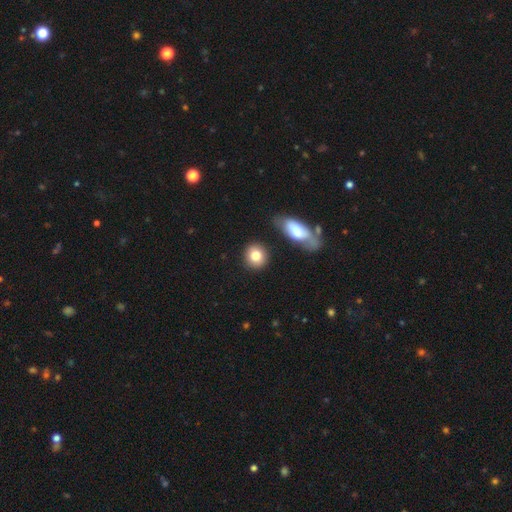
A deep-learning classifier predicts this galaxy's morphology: Q: Smooth or featured?
A: smooth (82%); runner-up: featured or disk (10%)
Q: How rounded?
A: round (80%); runner-up: in between (18%)
Q: Merging?
A: none (82%); runner-up: minor disturbance (9%)